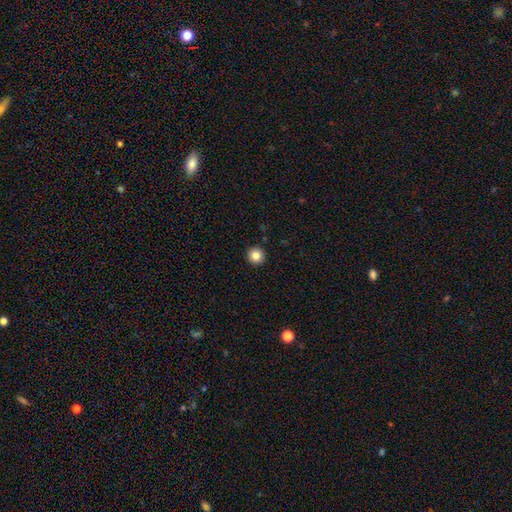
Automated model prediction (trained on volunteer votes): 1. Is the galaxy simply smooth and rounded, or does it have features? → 84% smooth, 11% star or artifact, 6% featured or disk.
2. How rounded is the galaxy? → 96% round, 3% in between, 1% cigar-shaped.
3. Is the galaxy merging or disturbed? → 93% none, 4% minor disturbance, 1% major disturbance, 1% merger.